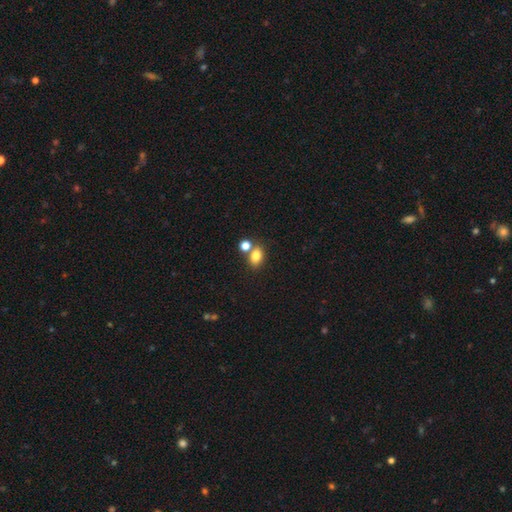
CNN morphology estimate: Smooth or featured?
  - smooth: 81% *
  - star or artifact: 11%
  - featured or disk: 7%
How rounded?
  - in between: 72% *
  - round: 27%
  - cigar-shaped: 2%
Merging?
  - none: 57% *
  - merger: 29%
  - minor disturbance: 10%
  - major disturbance: 4%